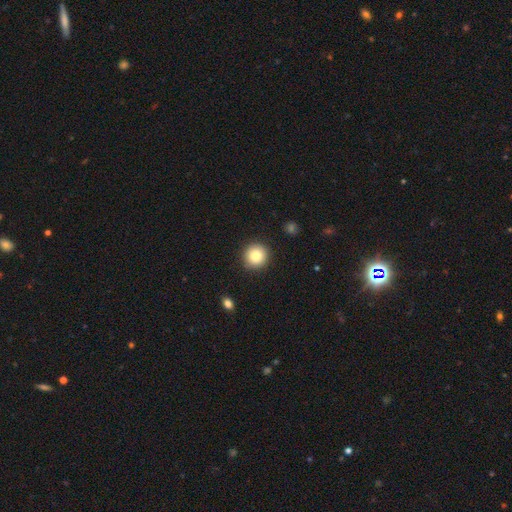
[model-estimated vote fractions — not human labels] Q: Smooth or featured?
A: smooth (83%); runner-up: star or artifact (10%)
Q: How rounded?
A: round (94%); runner-up: in between (5%)
Q: Merging?
A: none (90%); runner-up: minor disturbance (7%)